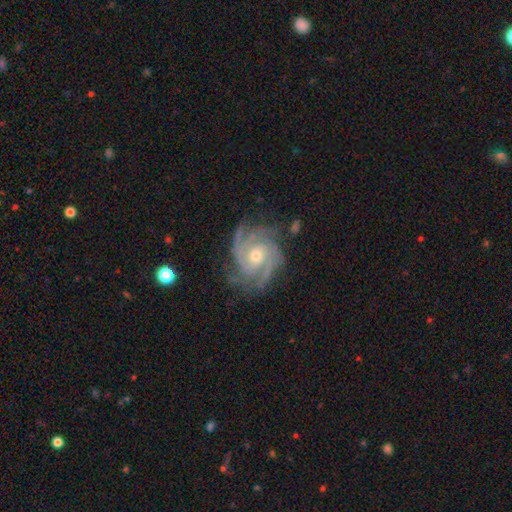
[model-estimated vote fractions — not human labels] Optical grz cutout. It shows a featured or disk galaxy (92%) with no bar (66%), 3 (40%) tight (66%) spiral arms (99%) and a moderate central bulge (52%). Merging: none (77%).